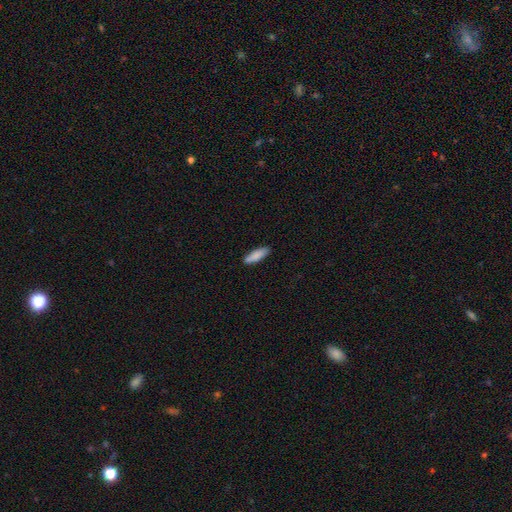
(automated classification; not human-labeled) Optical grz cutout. It shows a smooth galaxy with no disk features (86%) that is cigar-shaped (56%). Merging: none (85%).